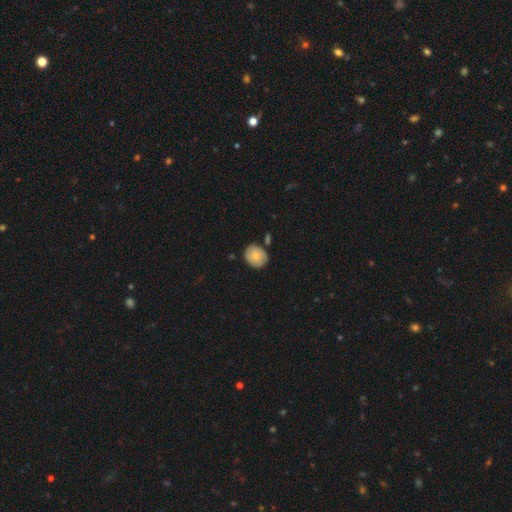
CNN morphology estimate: smooth 75%, featured or disk 18%, star or artifact 7%. Down the decision tree: how rounded — round (71%); merging — none (76%).